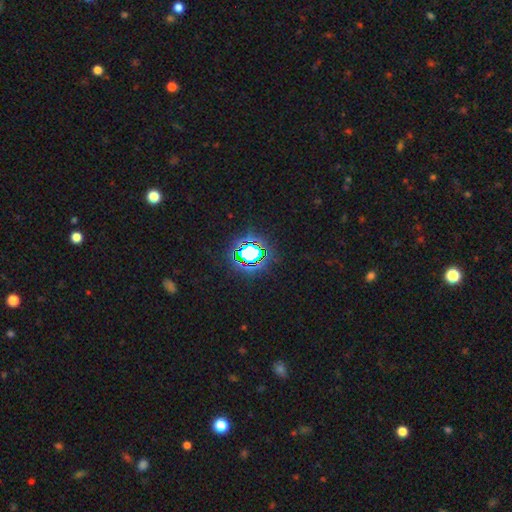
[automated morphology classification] smooth_or_featured: star or artifact (p=0.80) [alt: smooth p=0.13]